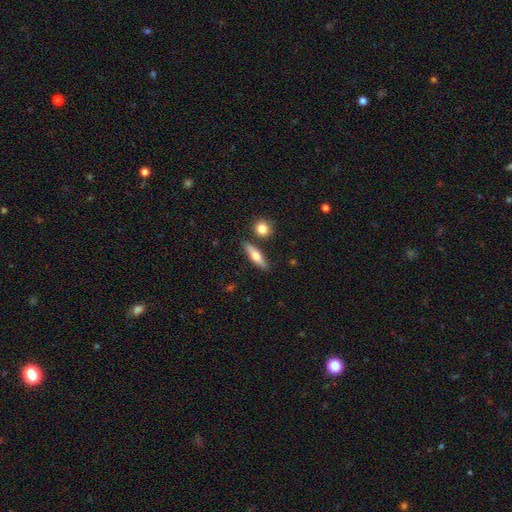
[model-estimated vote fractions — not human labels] A smooth galaxy with no disk features (57%) that is cigar-shaped (64%).

Vote fractions:
- Smooth or featured? smooth: 57% / featured or disk: 37% / star or artifact: 6%
- How rounded? cigar-shaped: 64% / in between: 31% / round: 4%
- Merging? none: 80% / minor disturbance: 10% / merger: 7% / major disturbance: 3%